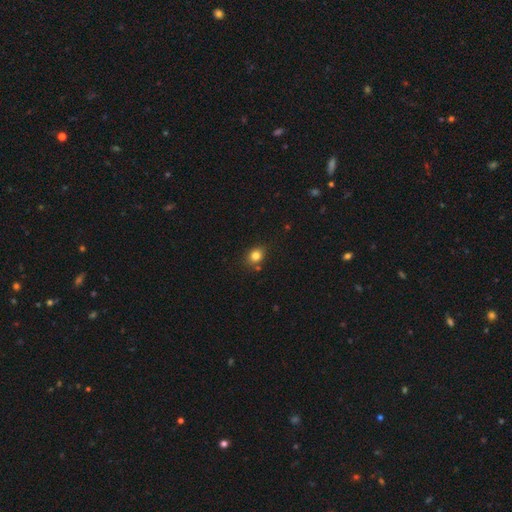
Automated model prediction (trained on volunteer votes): Morphology: type=smooth (82%); roundness=round (60%); merging=none (80%).